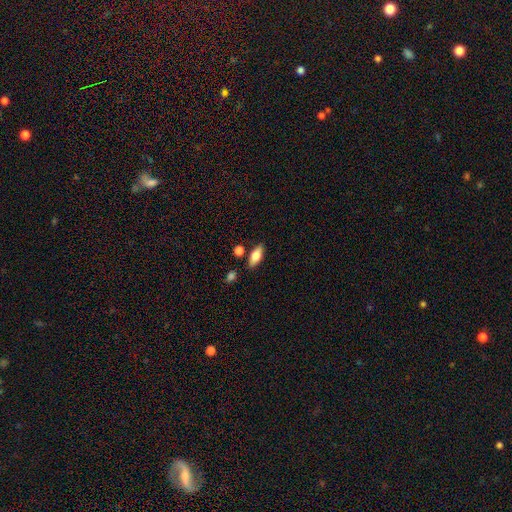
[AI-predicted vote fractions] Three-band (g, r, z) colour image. It shows a smooth galaxy with no disk features (75%) that is in between round and cigar-shaped (82%). Merging: none (81%).